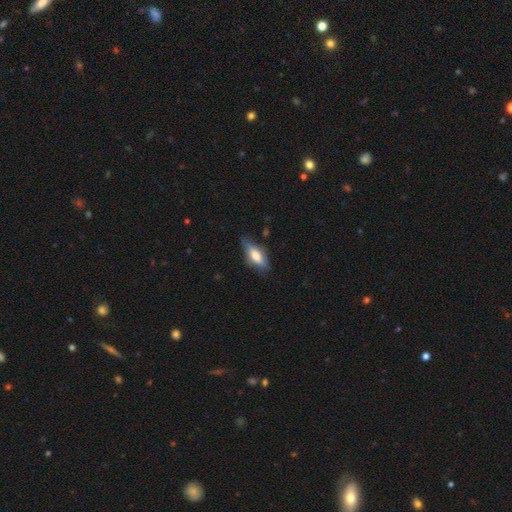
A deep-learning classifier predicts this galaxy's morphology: type=smooth (68%); roundness=in between (72%); merging=none (65%).